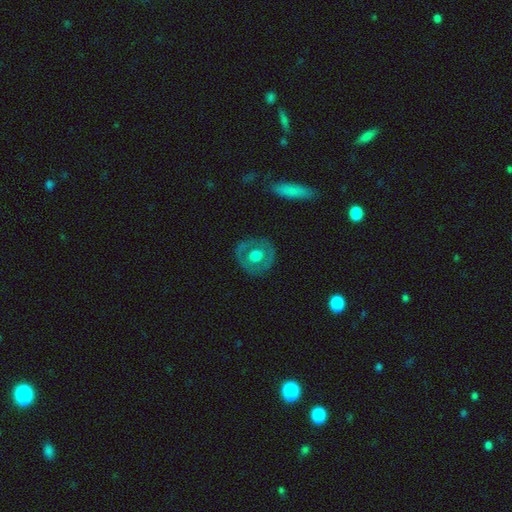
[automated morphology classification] This is possibly a featured or disk galaxy (51%). It is clearly not viewed edge-on (94%). Merging: clearly none (82%).